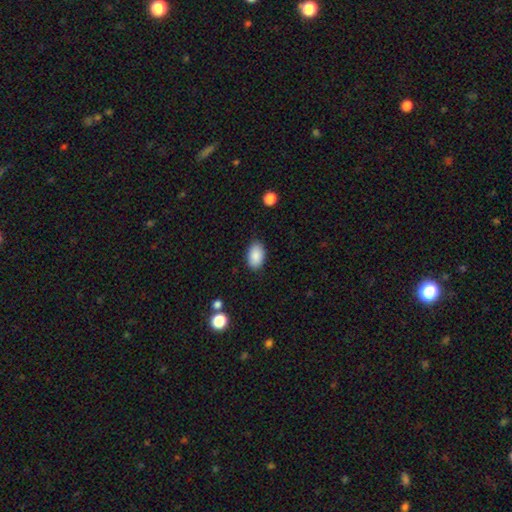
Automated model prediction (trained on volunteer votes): Smooth or featured: smooth — 88% (star or artifact — 7%)
How rounded: in between — 92% (round — 7%)
Merging: none — 84% (minor disturbance — 12%)